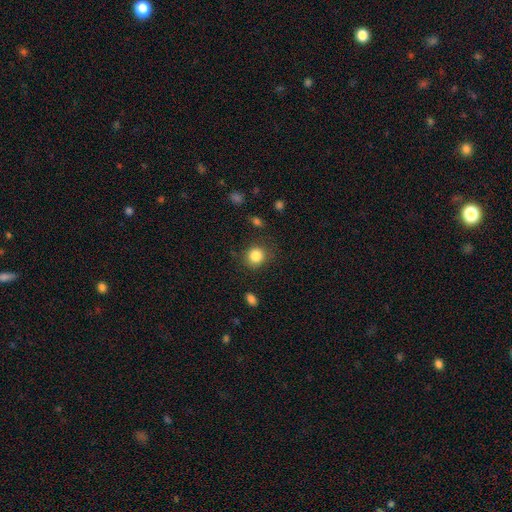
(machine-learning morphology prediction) Smooth or featured? smooth (85%)
How rounded? round (84%)
Merging? none (83%)